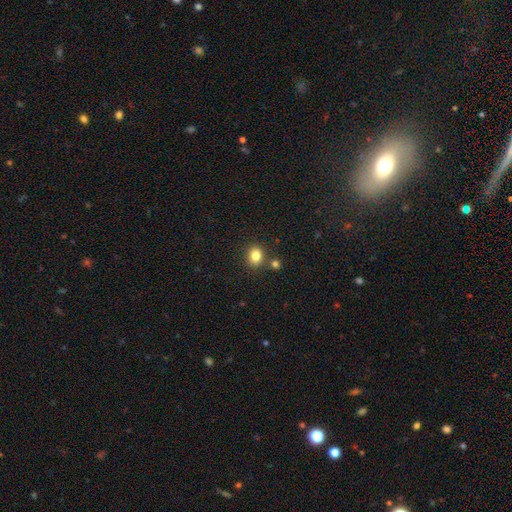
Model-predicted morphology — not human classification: type=smooth (83%); roundness=round (69%); merging=none (79%).